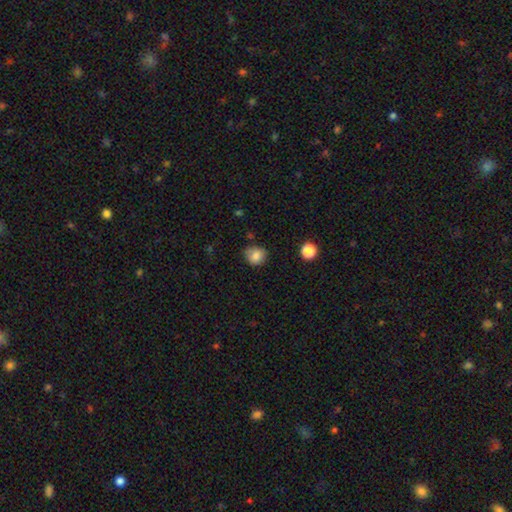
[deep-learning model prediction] This is clearly a smooth galaxy (82%). How rounded: likely round (77%). Merging: likely none (72%).